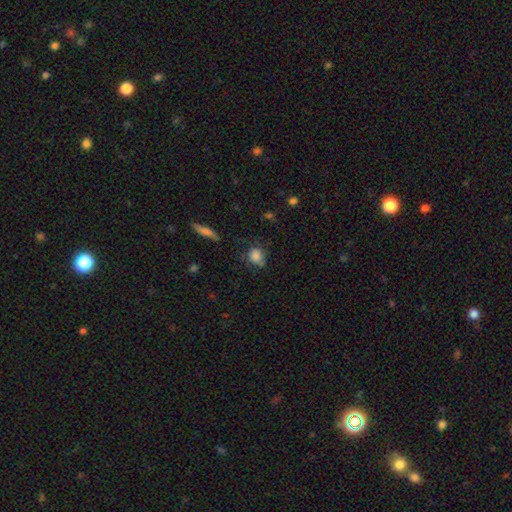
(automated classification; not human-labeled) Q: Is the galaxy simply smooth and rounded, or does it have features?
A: smooth — 76%.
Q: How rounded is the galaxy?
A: round — 64%.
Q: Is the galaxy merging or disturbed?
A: none — 52%.